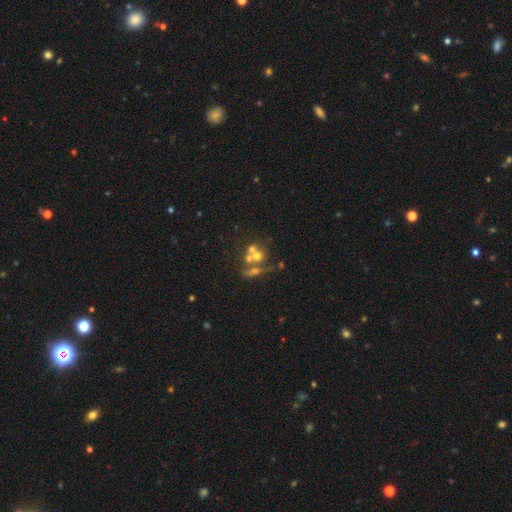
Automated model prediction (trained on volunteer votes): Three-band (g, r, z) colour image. It shows a smooth galaxy with no disk features (41%). Merging: merger (51%).